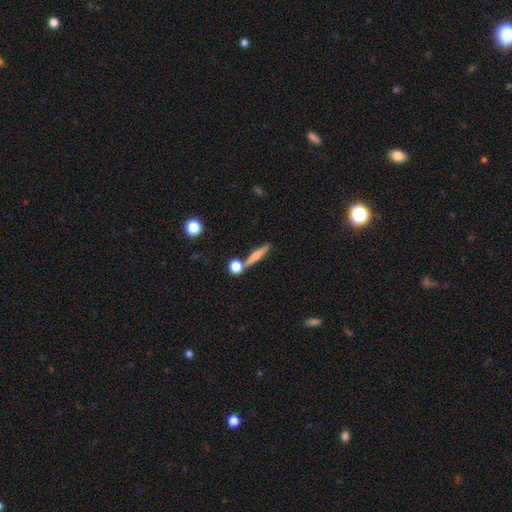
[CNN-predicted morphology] smooth_or_featured: smooth (p=0.51) [alt: featured or disk p=0.41]
how_rounded: cigar-shaped (p=0.79) [alt: in between p=0.13]
merging: none (p=0.72) [alt: merger p=0.16]